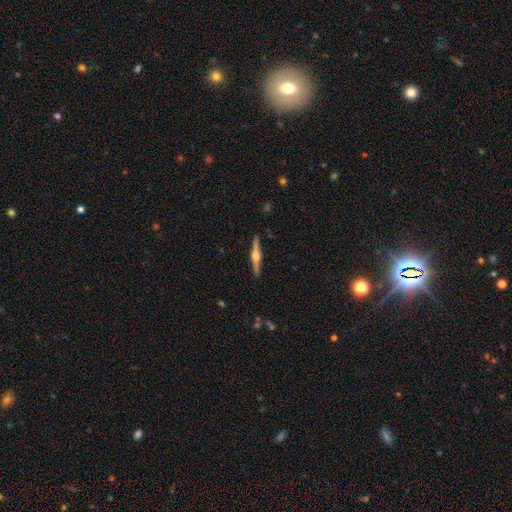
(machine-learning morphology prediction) Smooth or featured: featured or disk — 79% (smooth — 15%)
Edge-on disk: yes — 98% (no — 2%)
Edge-on bulge: rounded — 91% (boxy — 6%)
Merging: none — 91% (minor disturbance — 6%)